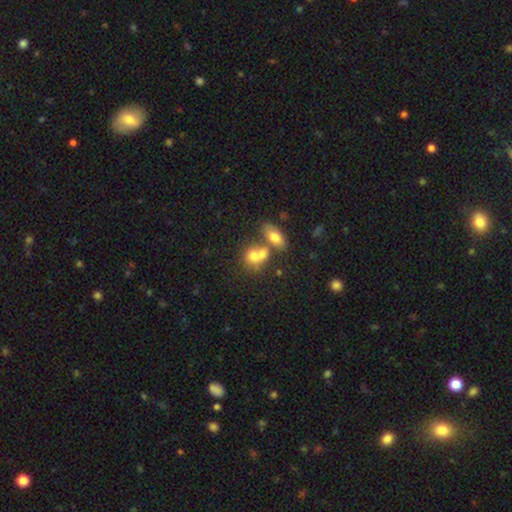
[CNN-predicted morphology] smooth 70%, featured or disk 19%, star or artifact 11%. Down the decision tree: how rounded — round (50%); merging — merger (58%).